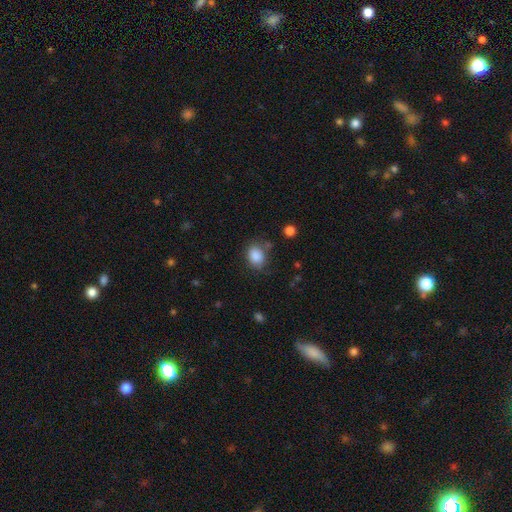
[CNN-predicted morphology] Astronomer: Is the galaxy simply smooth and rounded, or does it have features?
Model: smooth — 87%.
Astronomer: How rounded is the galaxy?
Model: in between — 60% (runner-up: round, 39%).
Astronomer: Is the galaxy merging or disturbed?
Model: none — 71%.